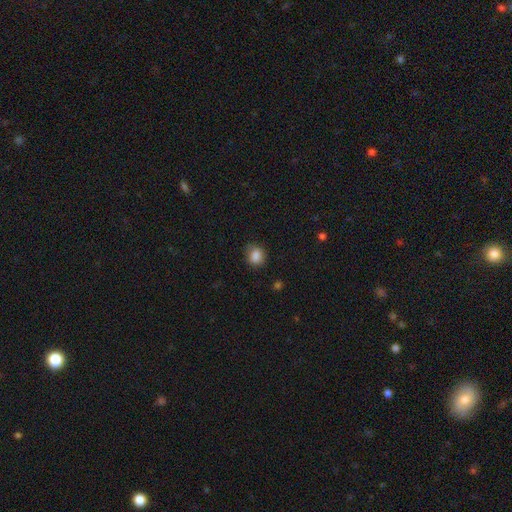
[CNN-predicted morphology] type=smooth (86%); roundness=round (65%); merging=none (76%).